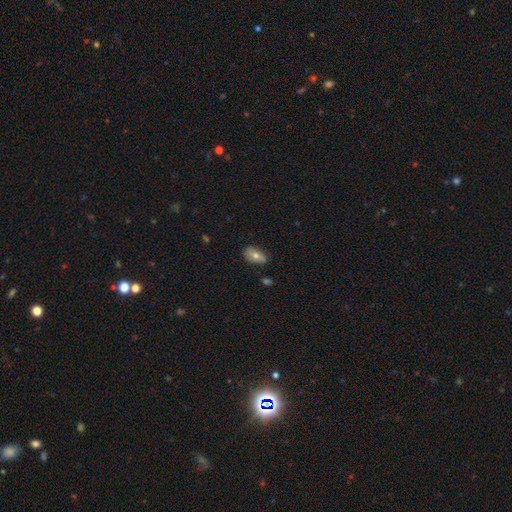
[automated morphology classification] Q: Smooth or featured?
A: smooth (66%); runner-up: featured or disk (26%)
Q: How rounded?
A: in between (90%); runner-up: round (7%)
Q: Merging?
A: none (73%); runner-up: minor disturbance (21%)